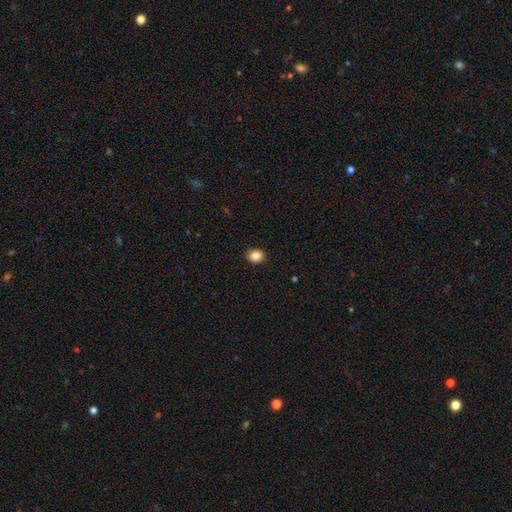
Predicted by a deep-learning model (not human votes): The model was most divided on "how rounded": round: 61%, in between: 38%, cigar-shaped: 1%. More confident: merging — none (90%); smooth or featured — smooth (85%).